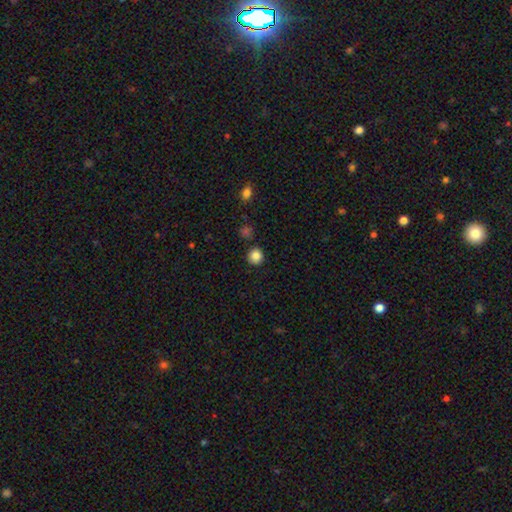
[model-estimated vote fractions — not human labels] The model was most divided on "smooth or featured": smooth: 85%, star or artifact: 10%, featured or disk: 4%. More confident: how rounded — round (91%); merging — none (88%).